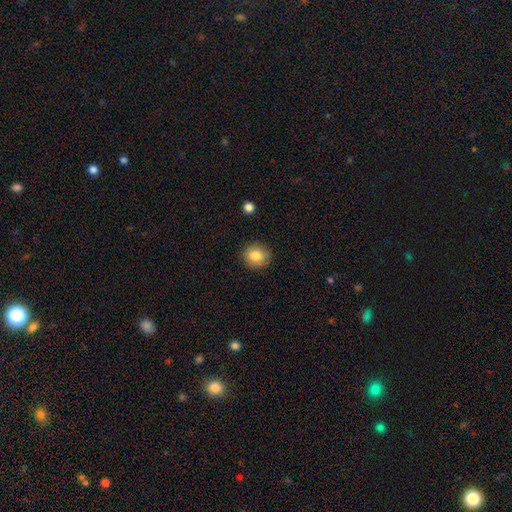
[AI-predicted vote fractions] Overall: smooth (83%). How rounded: round (86%). Merging: none (88%).